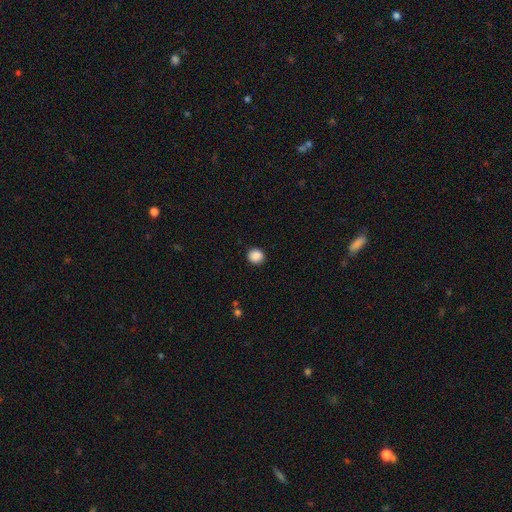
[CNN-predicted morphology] Smooth or featured? smooth (89%)
How rounded? round (89%)
Merging? none (91%)